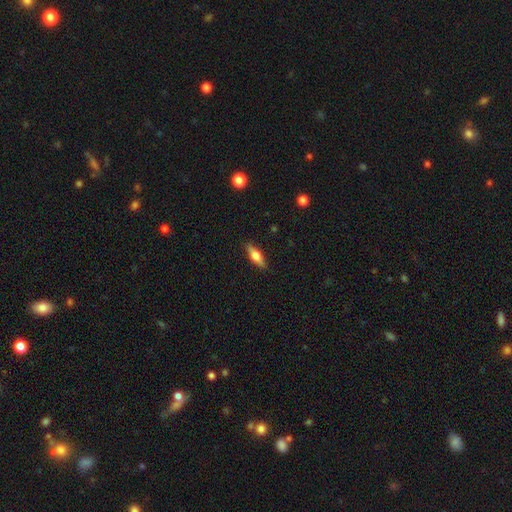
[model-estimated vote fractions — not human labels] Smooth or featured? smooth (51%)
How rounded? in between (49%)
Merging? none (87%)